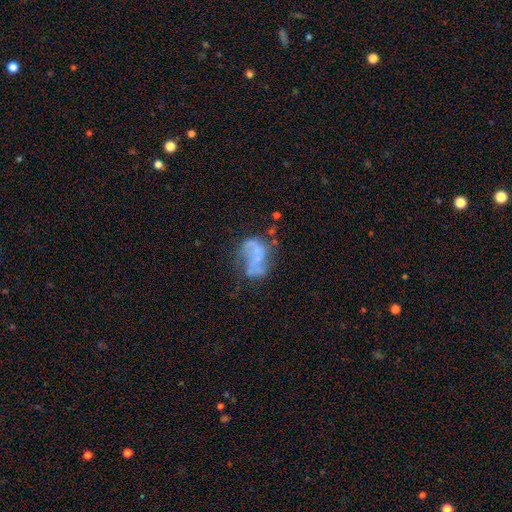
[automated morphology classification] Q: Smooth or featured?
A: featured or disk (70%); runner-up: smooth (19%)
Q: Edge-on disk?
A: no (98%); runner-up: yes (2%)
Q: Bar?
A: no (68%); runner-up: weak (25%)
Q: Spiral arms?
A: yes (63%); runner-up: no (37%)
Q: Bulge size?
A: small (43%); runner-up: none (41%)
Q: Merging?
A: none (40%); runner-up: major disturbance (26%)